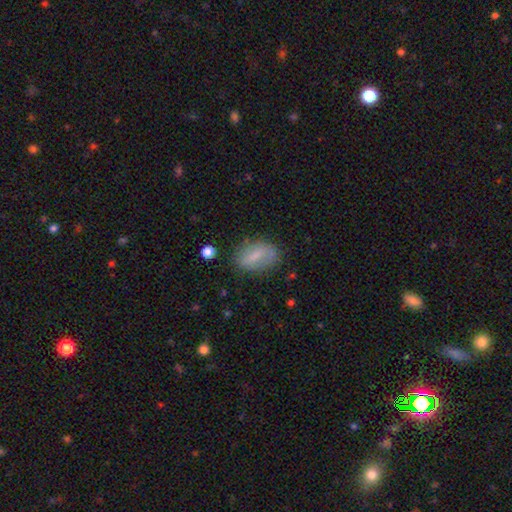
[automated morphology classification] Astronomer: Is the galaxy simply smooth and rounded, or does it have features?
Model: smooth — 63%.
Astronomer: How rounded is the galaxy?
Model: in between — 86%.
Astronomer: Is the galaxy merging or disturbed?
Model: none — 72%.